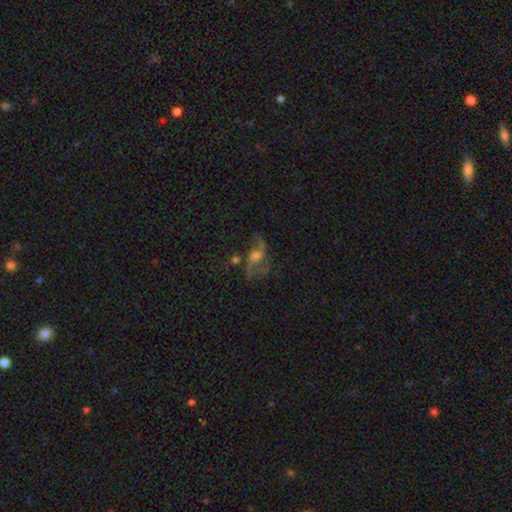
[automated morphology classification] This appears to be a featured or disk galaxy (60%) with no bar (59%), spiral arms (77%) and a moderate central bulge (57%). Merging: none (54%).